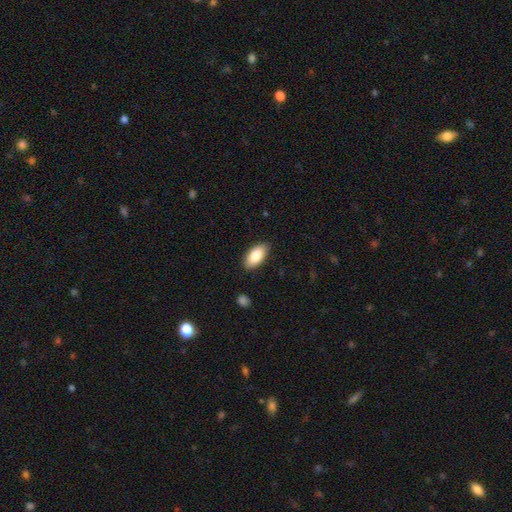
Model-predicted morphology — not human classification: smooth 85%, featured or disk 9%, star or artifact 6%. Down the decision tree: how rounded — in between (93%); merging — none (86%).